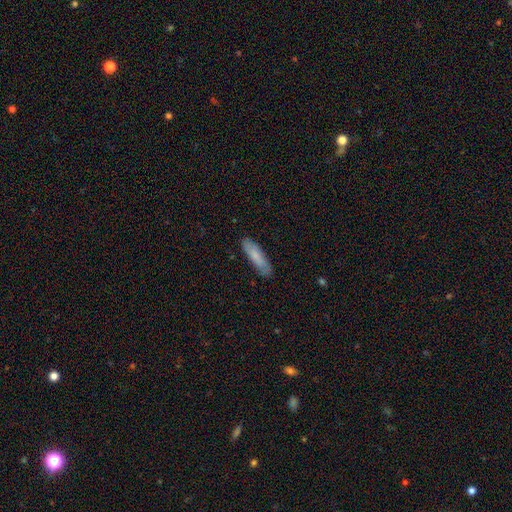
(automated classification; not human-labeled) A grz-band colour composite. It shows a smooth galaxy with no disk features (75%) that is cigar-shaped (64%). Merging: none (83%).